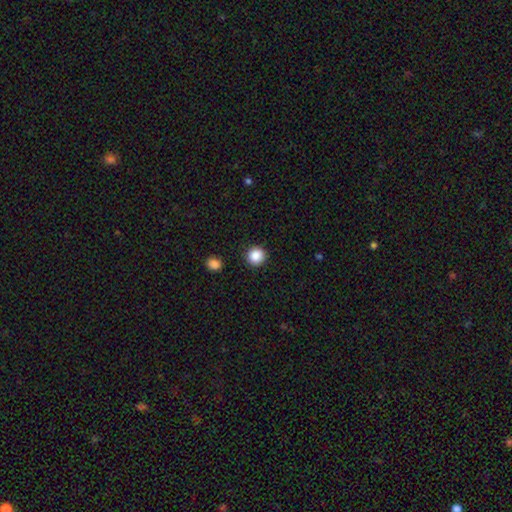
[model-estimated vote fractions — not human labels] Q: Smooth or featured?
A: smooth (88%); runner-up: star or artifact (9%)
Q: How rounded?
A: round (94%); runner-up: in between (5%)
Q: Merging?
A: none (91%); runner-up: minor disturbance (6%)